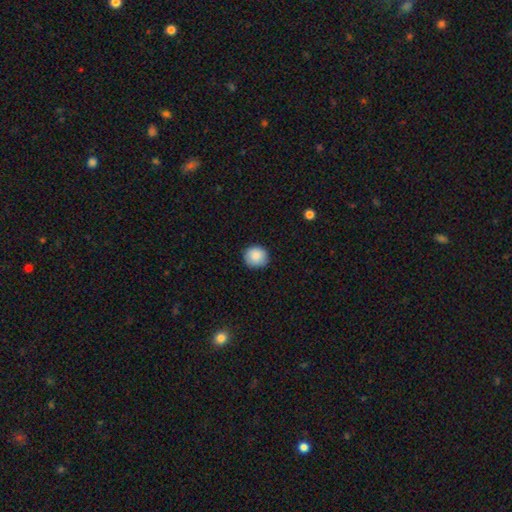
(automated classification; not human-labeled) This is clearly a smooth galaxy (88%). How rounded: clearly round (90%). Merging: clearly none (88%).